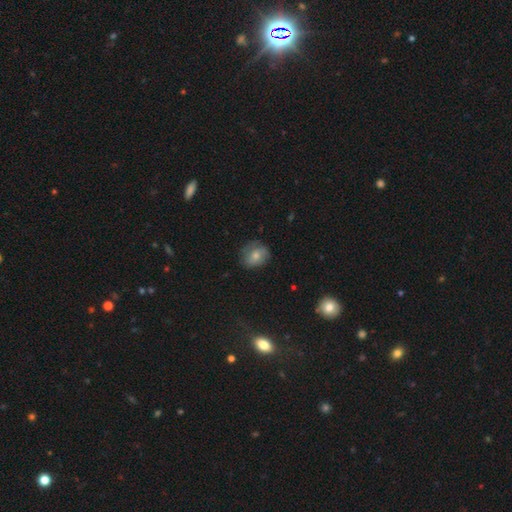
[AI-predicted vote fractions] Morphology: type=smooth (68%); roundness=round (63%); merging=none (70%).